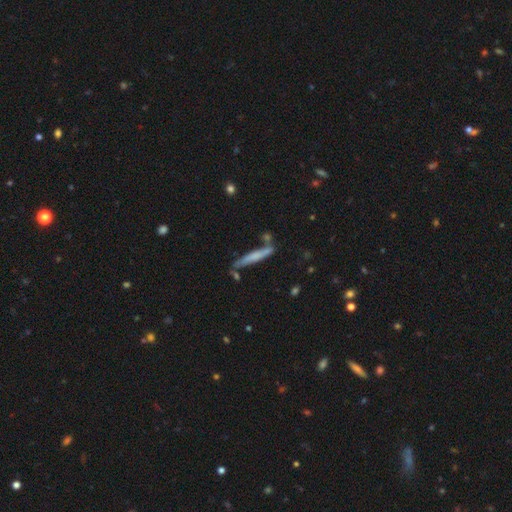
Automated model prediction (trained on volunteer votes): Morphology: type=smooth (57%); roundness=cigar-shaped (94%); merging=none (72%).